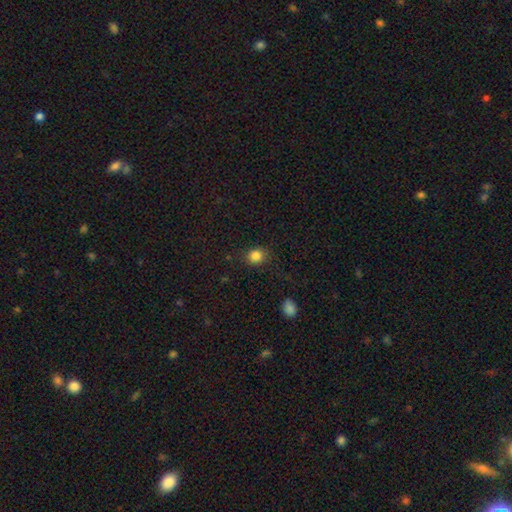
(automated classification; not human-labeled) Morphology: type=smooth (84%); roundness=round (74%); merging=none (84%).